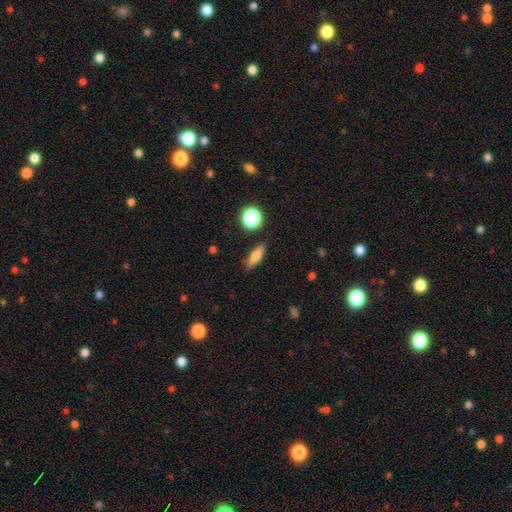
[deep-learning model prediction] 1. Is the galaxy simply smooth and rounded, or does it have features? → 74% smooth, 16% featured or disk, 10% star or artifact.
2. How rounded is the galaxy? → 50% cigar-shaped, 44% in between, 6% round.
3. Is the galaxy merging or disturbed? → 85% none, 10% minor disturbance, 3% major disturbance, 2% merger.